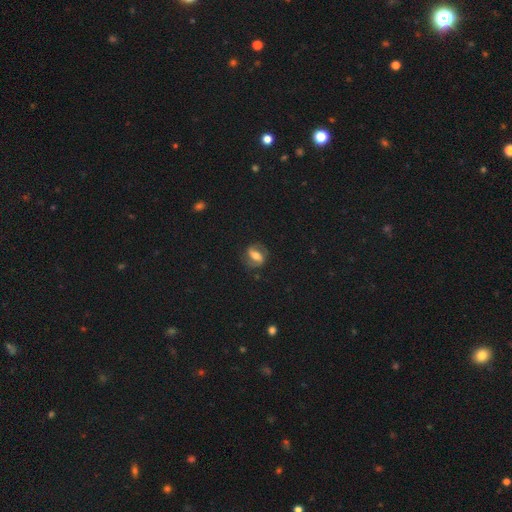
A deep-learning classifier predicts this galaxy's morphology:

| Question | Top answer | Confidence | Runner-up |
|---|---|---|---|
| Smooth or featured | featured or disk | 65% | smooth (28%) |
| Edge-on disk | no | 94% | yes (6%) |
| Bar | strong | 48% | weak (33%) |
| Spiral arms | yes | 83% | no (17%) |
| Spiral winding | medium | 46% | loose (30%) |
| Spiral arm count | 2 | 88% | can't tell (6%) |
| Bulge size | moderate | 58% | large (21%) |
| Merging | none | 76% | minor disturbance (15%) |